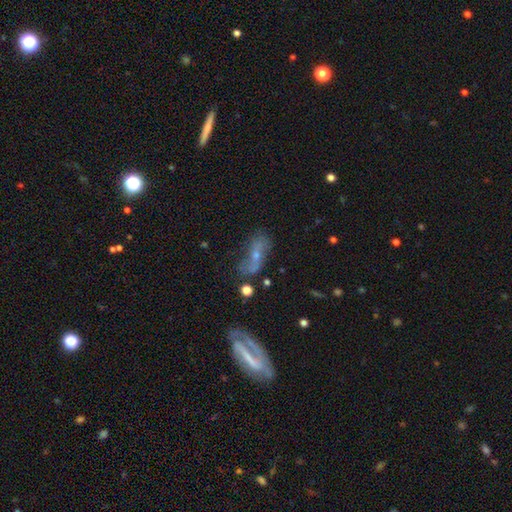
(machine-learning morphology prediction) This appears to be a featured or disk galaxy (61%) with no bar (52%), spiral arms (71%) and a small central bulge (64%). Merging: none (45%).